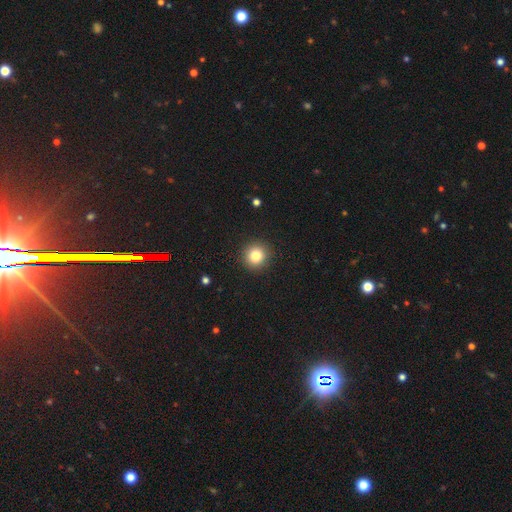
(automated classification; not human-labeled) This appears to be a smooth galaxy with no disk features (83%) that is round (93%). Merging: none (92%).